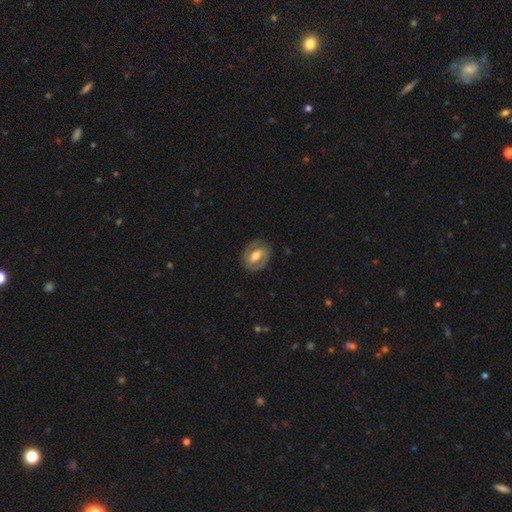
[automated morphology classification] Smooth or featured? featured or disk (68%)
Edge-on disk? no (95%)
Bar? weak (39%)
Spiral arms? yes (69%)
Bulge size? moderate (66%)
Merging? none (80%)